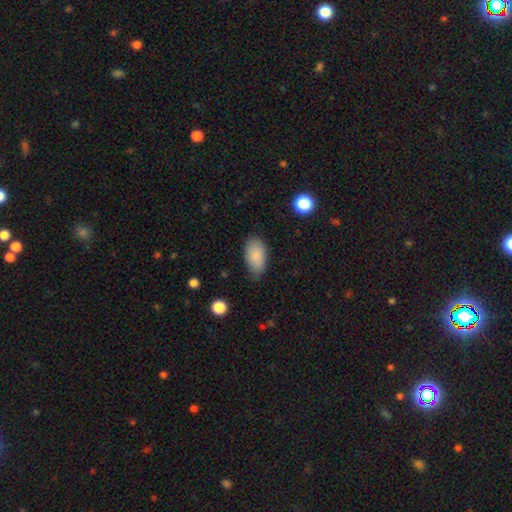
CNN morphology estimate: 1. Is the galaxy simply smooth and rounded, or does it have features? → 86% smooth, 7% featured or disk, 7% star or artifact.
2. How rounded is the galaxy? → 94% in between, 4% round, 2% cigar-shaped.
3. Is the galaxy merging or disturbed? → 71% none, 23% minor disturbance, 4% major disturbance, 1% merger.